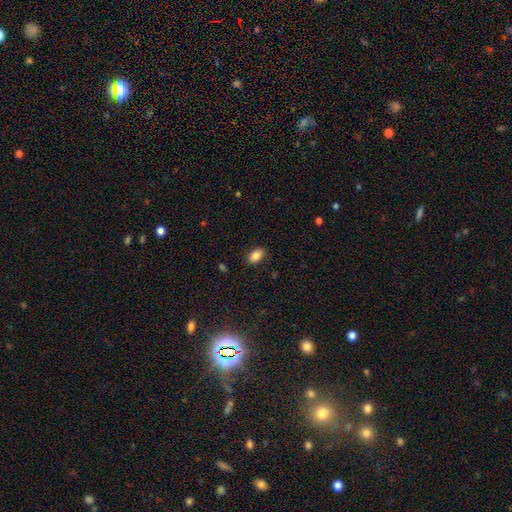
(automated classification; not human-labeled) This appears to be a smooth galaxy with no disk features (86%) that is in between round and cigar-shaped (87%). Merging: none (87%).